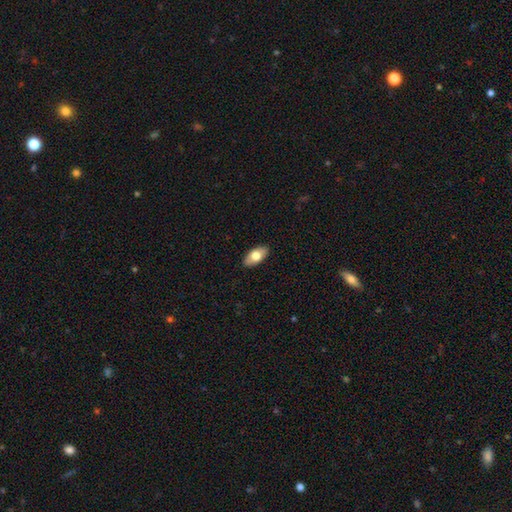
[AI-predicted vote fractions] This is likely a smooth galaxy (73%). How rounded: clearly in between (92%). Merging: clearly none (89%).